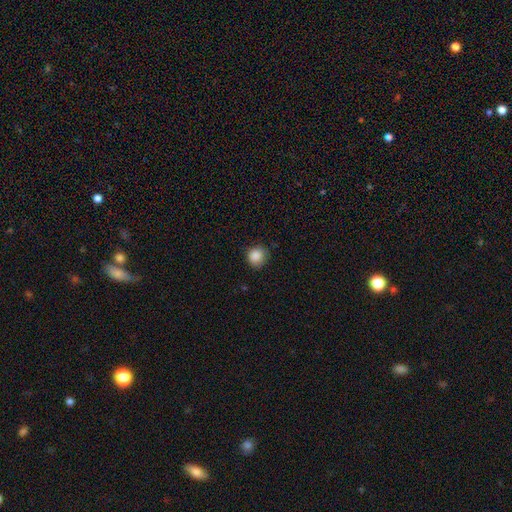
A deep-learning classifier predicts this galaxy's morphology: Smooth or featured? Predicted: smooth (p=0.87). How rounded? Predicted: round (p=0.86). Merging? Predicted: none (p=0.75).